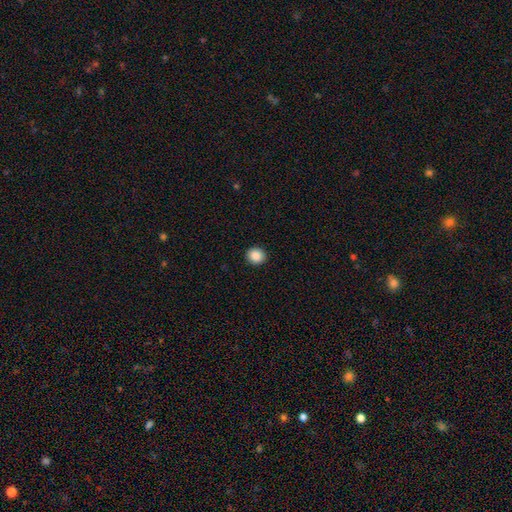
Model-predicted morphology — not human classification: smooth_or_featured: smooth (p=0.88) [alt: star or artifact p=0.09]
how_rounded: round (p=0.86) [alt: in between p=0.13]
merging: none (p=0.93) [alt: minor disturbance p=0.05]